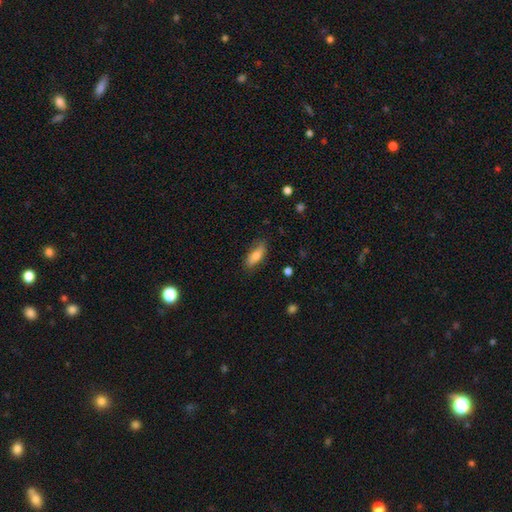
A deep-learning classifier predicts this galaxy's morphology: type=smooth (73%); roundness=in between (68%); merging=none (77%).